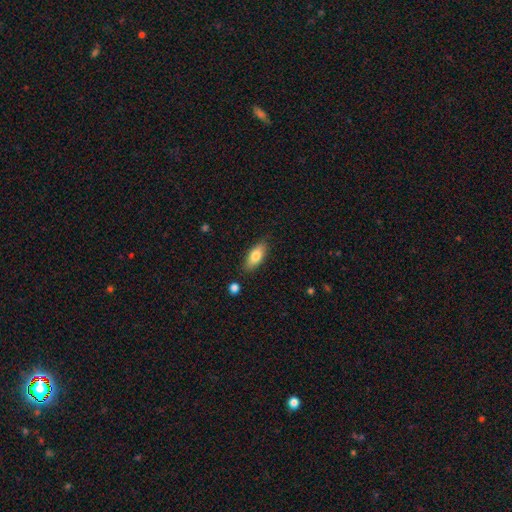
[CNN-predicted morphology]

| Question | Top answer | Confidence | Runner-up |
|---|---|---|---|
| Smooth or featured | smooth | 79% | featured or disk (14%) |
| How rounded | in between | 81% | cigar-shaped (17%) |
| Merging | none | 83% | minor disturbance (12%) |